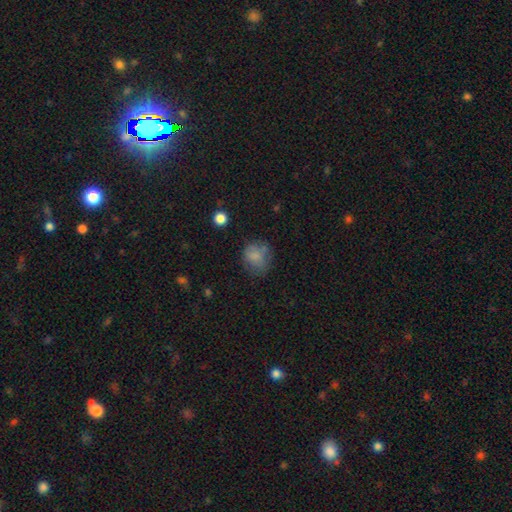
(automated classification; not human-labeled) Smooth or featured? smooth (75%)
How rounded? round (67%)
Merging? none (57%)